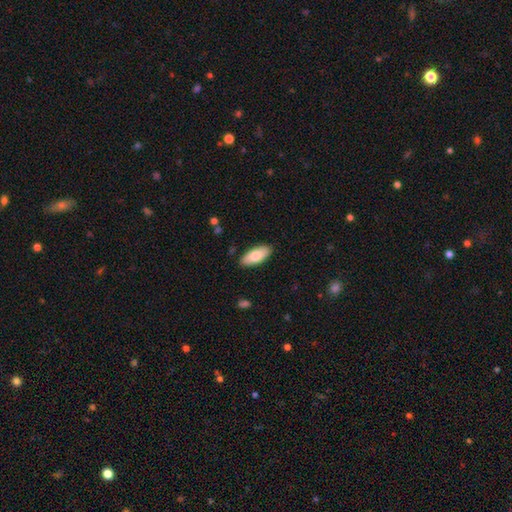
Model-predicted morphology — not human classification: Smooth or featured: smooth — 79% (featured or disk — 15%)
How rounded: in between — 85% (cigar-shaped — 13%)
Merging: none — 88% (minor disturbance — 9%)